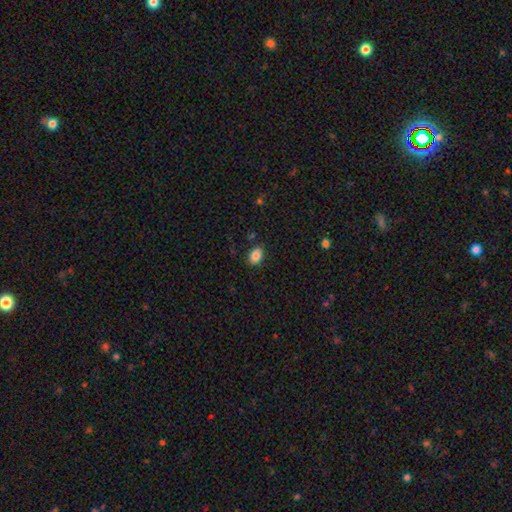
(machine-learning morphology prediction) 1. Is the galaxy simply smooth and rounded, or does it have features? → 85% smooth, 9% star or artifact, 6% featured or disk.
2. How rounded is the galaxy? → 78% in between, 20% round, 1% cigar-shaped.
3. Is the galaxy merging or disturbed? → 85% none, 11% minor disturbance, 2% major disturbance, 2% merger.